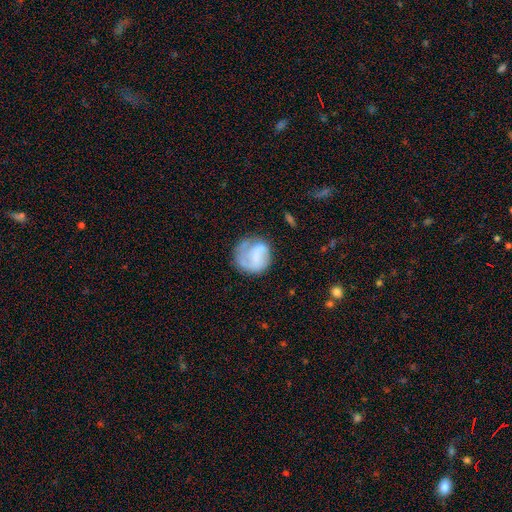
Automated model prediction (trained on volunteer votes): Smooth or featured: smooth — 49% (featured or disk — 43%)
Merging: none — 54% (minor disturbance — 23%)